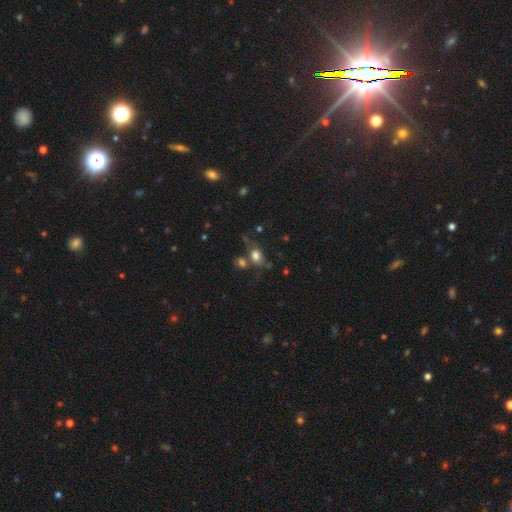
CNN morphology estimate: This is likely a smooth galaxy (74%). How rounded: possibly in between (53%). Merging: possibly none (47%).